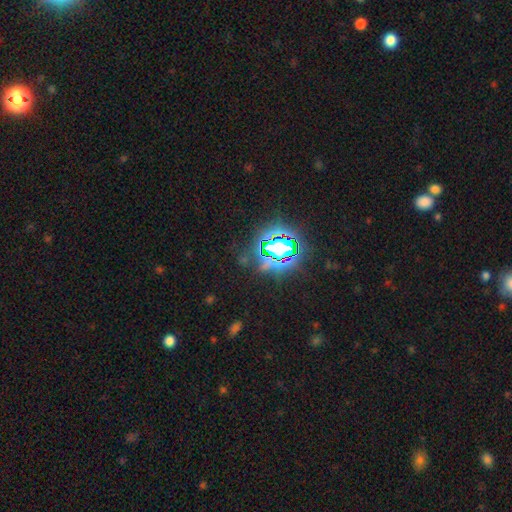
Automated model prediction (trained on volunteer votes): Smooth or featured? Predicted: star or artifact (p=0.79).